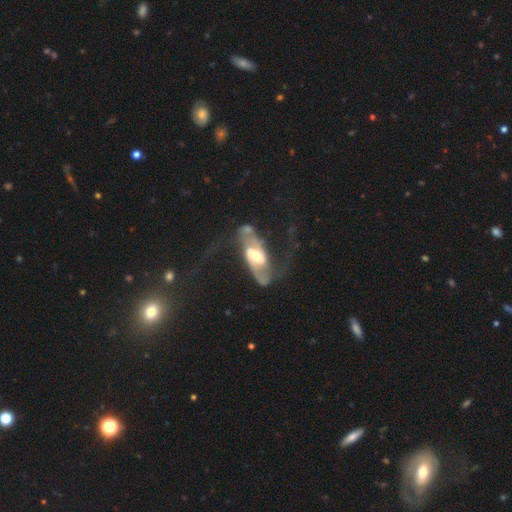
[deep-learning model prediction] Smooth or featured? Predicted: featured or disk (p=0.81). Edge-on disk? Predicted: no (p=0.91). Bar? Predicted: weak (p=0.45). Spiral arms? Predicted: yes (p=0.88). Spiral winding? Predicted: loose (p=0.50). Spiral arm count? Predicted: 2 (p=0.84). Bulge size? Predicted: moderate (p=0.56). Merging? Predicted: major disturbance (p=0.38).